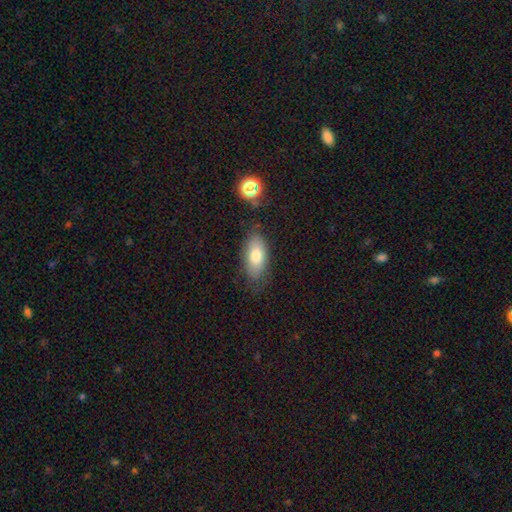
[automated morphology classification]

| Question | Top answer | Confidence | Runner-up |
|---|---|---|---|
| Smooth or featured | smooth | 76% | featured or disk (17%) |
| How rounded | in between | 88% | cigar-shaped (8%) |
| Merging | none | 74% | minor disturbance (18%) |